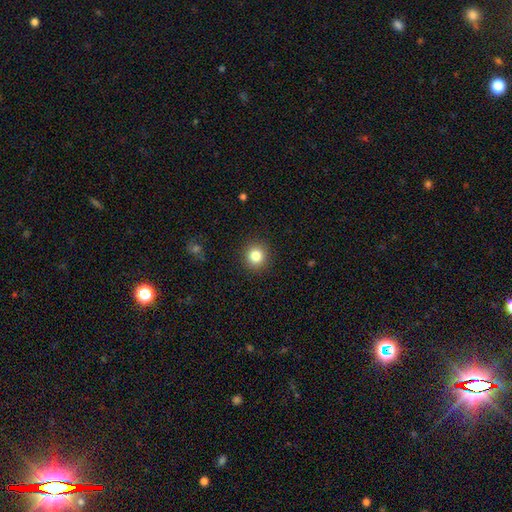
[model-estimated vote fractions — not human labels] A smooth galaxy with no disk features (84%) that is round (92%). Merging: none (91%).